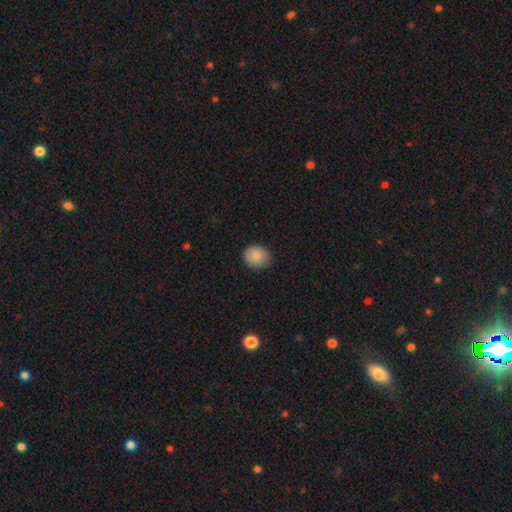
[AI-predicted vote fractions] Smooth or featured: smooth — 85% (star or artifact — 8%)
How rounded: round — 62% (in between — 37%)
Merging: none — 85% (minor disturbance — 12%)